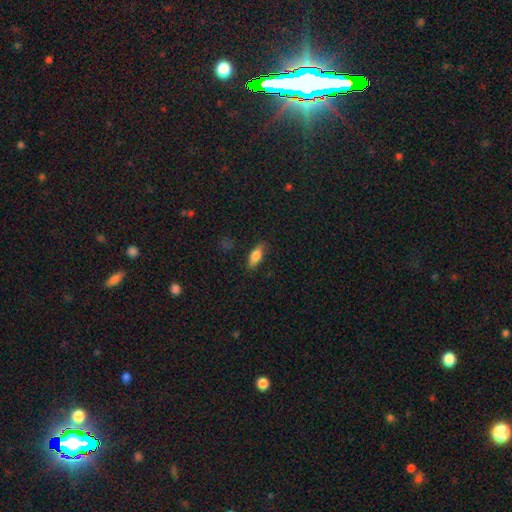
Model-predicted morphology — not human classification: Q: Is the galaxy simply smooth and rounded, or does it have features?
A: smooth — 78%.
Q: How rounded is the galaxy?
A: in between — 73%.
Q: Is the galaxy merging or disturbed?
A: none — 84%.